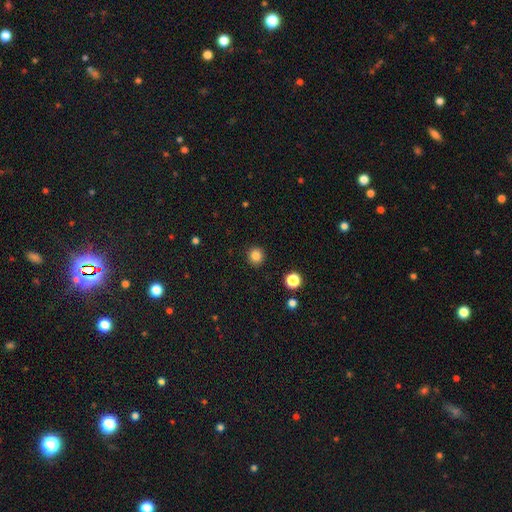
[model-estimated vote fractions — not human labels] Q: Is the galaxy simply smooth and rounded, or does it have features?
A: smooth — 84%.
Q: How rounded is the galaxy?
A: round — 93%.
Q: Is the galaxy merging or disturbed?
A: none — 93%.